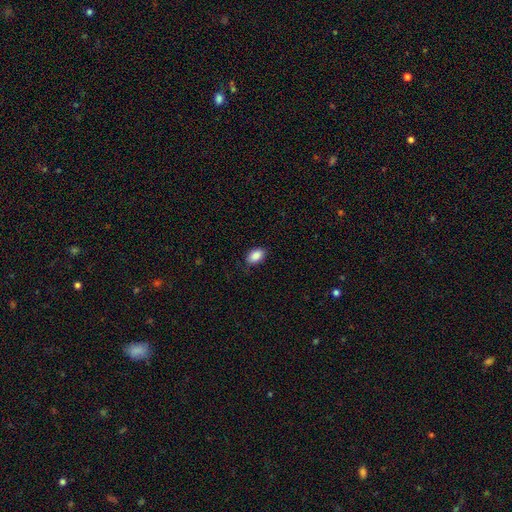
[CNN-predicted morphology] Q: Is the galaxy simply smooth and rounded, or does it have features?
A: smooth — 88%.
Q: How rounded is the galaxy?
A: in between — 91%.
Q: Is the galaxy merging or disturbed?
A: none — 85%.